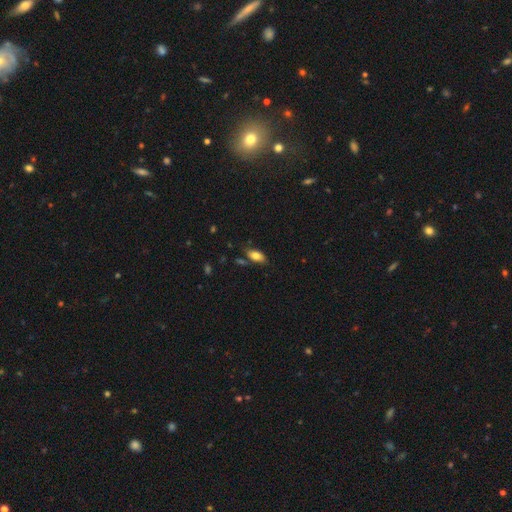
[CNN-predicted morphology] smooth-or-featured: smooth: 77% | featured or disk: 15% | star or artifact: 8%
  how-rounded: in between: 88% | cigar-shaped: 8% | round: 4%
  merging: none: 71% | minor disturbance: 19% | merger: 6% | major disturbance: 5%